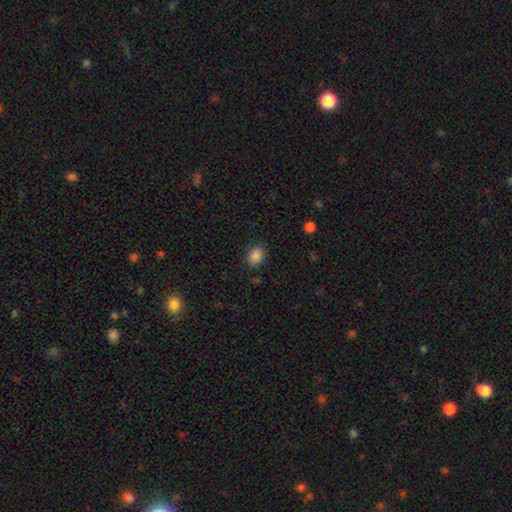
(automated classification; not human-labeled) A smooth galaxy with no disk features (87%) that is in between round and cigar-shaped (71%). Merging: none (85%).